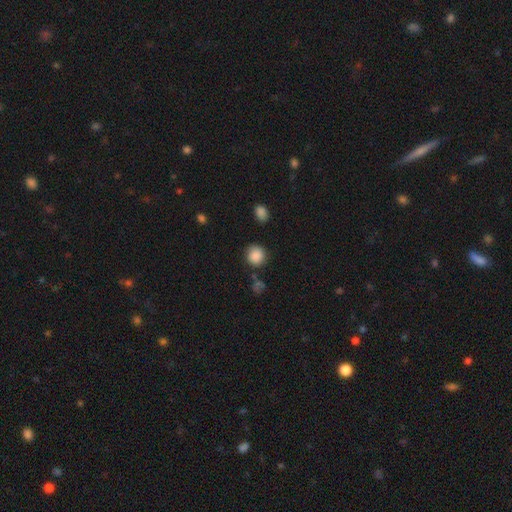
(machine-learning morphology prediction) Smooth or featured?
  - smooth: 87% *
  - star or artifact: 9%
  - featured or disk: 5%
How rounded?
  - round: 90% *
  - in between: 9%
  - cigar-shaped: 1%
Merging?
  - none: 78% *
  - minor disturbance: 14%
  - major disturbance: 4%
  - merger: 4%